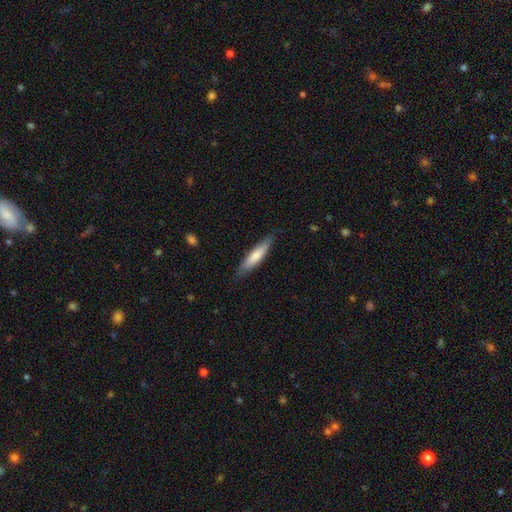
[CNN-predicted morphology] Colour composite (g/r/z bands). It shows a smooth galaxy with no disk features (74%) that is cigar-shaped (80%). Merging: none (82%).